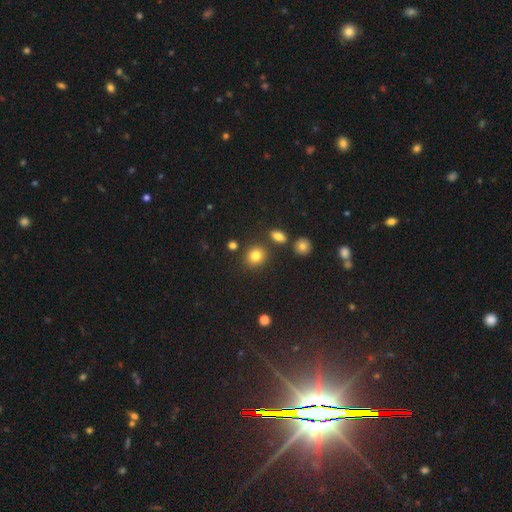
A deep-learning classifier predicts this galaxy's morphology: type=smooth (82%); roundness=round (80%); merging=none (83%).